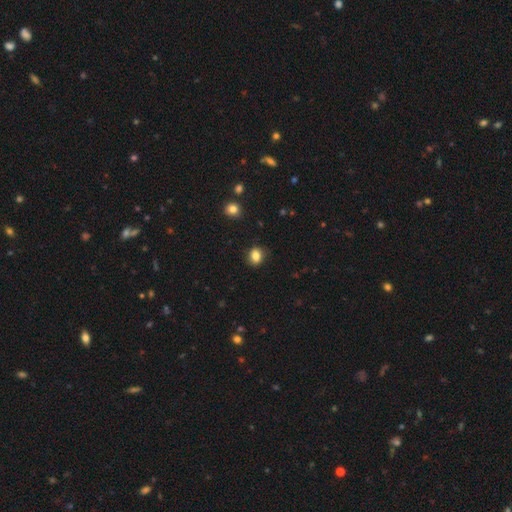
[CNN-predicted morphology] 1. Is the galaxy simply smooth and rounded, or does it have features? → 84% smooth, 10% star or artifact, 6% featured or disk.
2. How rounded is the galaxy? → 56% round, 43% in between, 1% cigar-shaped.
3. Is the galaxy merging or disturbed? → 85% none, 11% minor disturbance, 2% major disturbance, 1% merger.